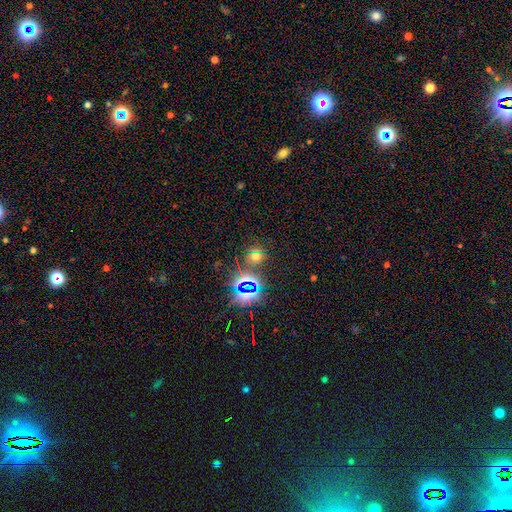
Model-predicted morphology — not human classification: This appears to be a star or artifact, not a galaxy (54%).